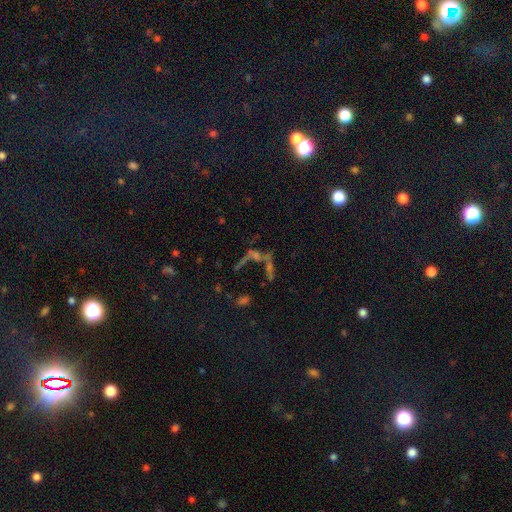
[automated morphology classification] smooth_or_featured: star or artifact (p=0.44) [alt: featured or disk p=0.32]